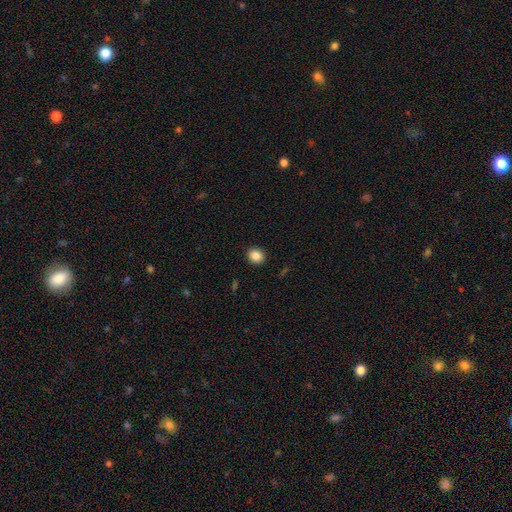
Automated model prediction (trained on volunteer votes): Morphology: type=smooth (86%); roundness=round (81%); merging=none (92%).